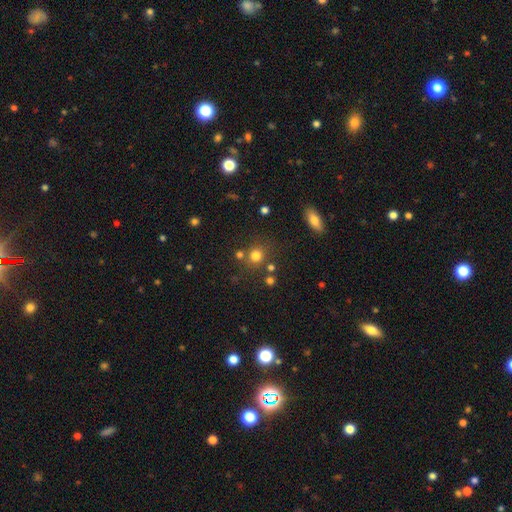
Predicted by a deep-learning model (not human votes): This is likely a smooth galaxy (77%). How rounded: clearly round (86%). Merging: likely none (72%).